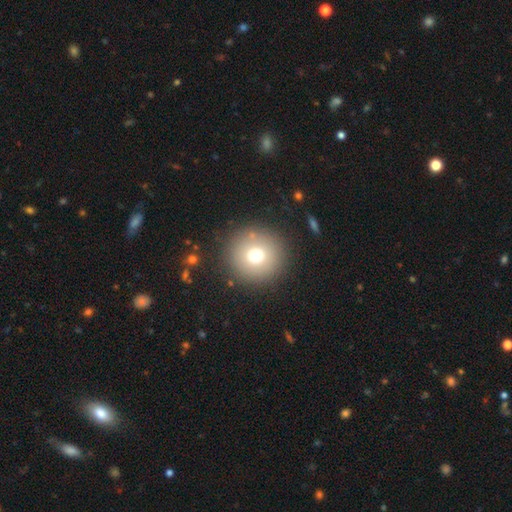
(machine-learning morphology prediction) Q: Smooth or featured?
A: smooth (71%); runner-up: star or artifact (15%)
Q: How rounded?
A: round (96%); runner-up: in between (3%)
Q: Merging?
A: none (89%); runner-up: minor disturbance (6%)